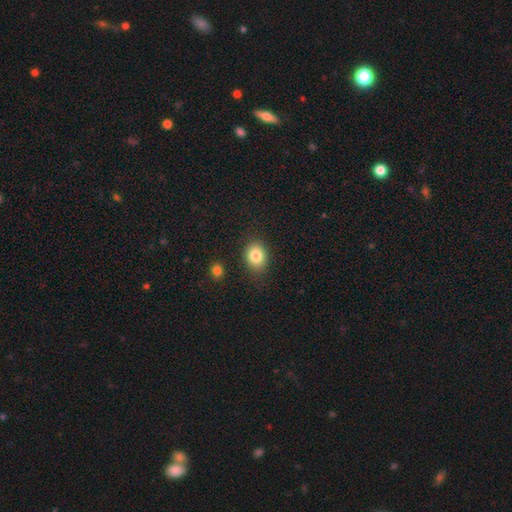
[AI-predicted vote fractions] Overall: smooth (84%). How rounded: round (50%; in between 49%). Merging: none (80%).